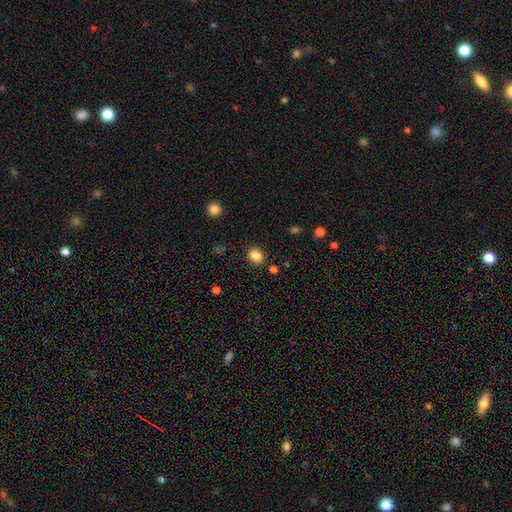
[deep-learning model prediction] Smooth or featured? Predicted: smooth (p=0.85). How rounded? Predicted: round (p=0.75). Merging? Predicted: none (p=0.88).